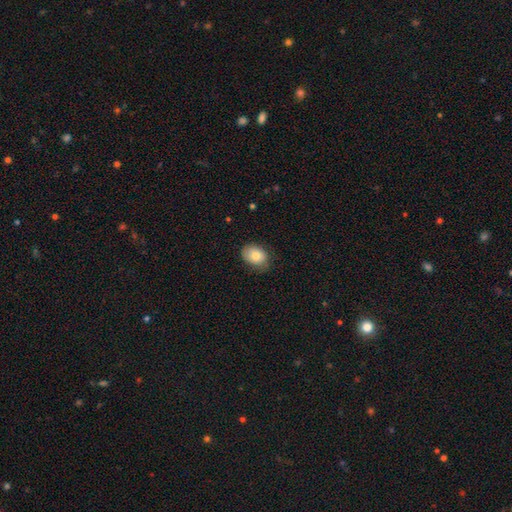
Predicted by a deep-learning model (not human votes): Q: Smooth or featured?
A: smooth (82%); runner-up: featured or disk (11%)
Q: How rounded?
A: in between (73%); runner-up: round (26%)
Q: Merging?
A: none (73%); runner-up: minor disturbance (22%)